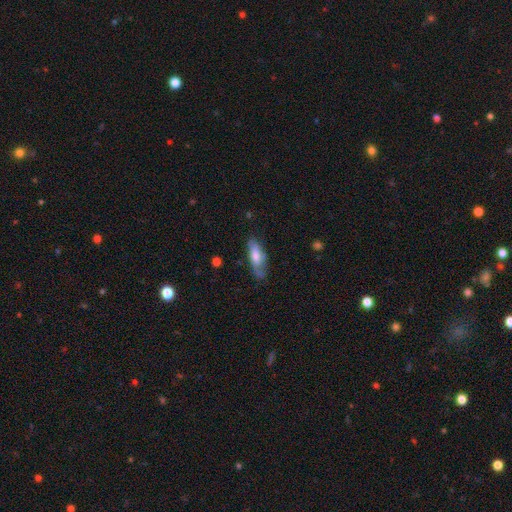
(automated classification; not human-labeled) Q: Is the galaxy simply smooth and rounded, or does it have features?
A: smooth — 60%.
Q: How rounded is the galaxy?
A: in between — 60%.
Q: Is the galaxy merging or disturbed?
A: none — 62%.